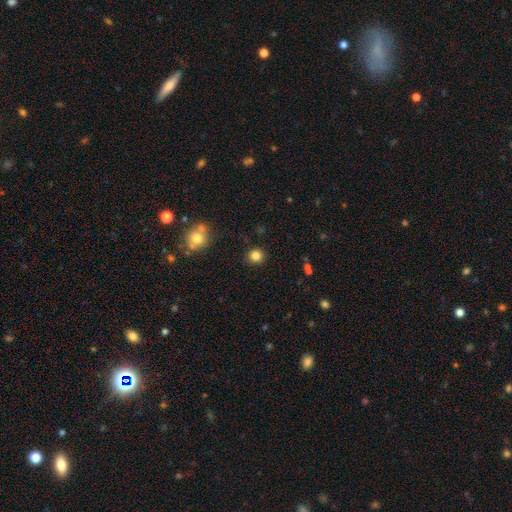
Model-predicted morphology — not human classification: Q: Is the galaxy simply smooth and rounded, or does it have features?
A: smooth — 83%.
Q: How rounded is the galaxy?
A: round — 91%.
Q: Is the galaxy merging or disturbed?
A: none — 90%.